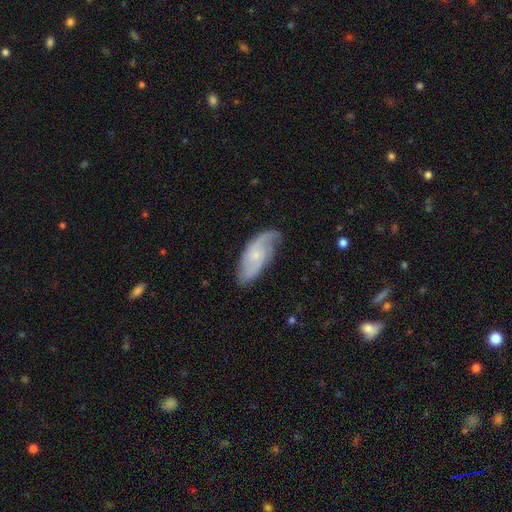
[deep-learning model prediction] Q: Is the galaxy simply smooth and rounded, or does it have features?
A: featured or disk — 70%.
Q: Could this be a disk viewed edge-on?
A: no — 93%.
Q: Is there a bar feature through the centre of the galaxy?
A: no — 70%.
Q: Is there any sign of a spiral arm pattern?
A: yes — 92%.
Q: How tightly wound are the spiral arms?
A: medium — 43%.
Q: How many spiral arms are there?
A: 2 — 60%.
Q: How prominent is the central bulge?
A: small — 75%.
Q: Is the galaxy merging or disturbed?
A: none — 64%.